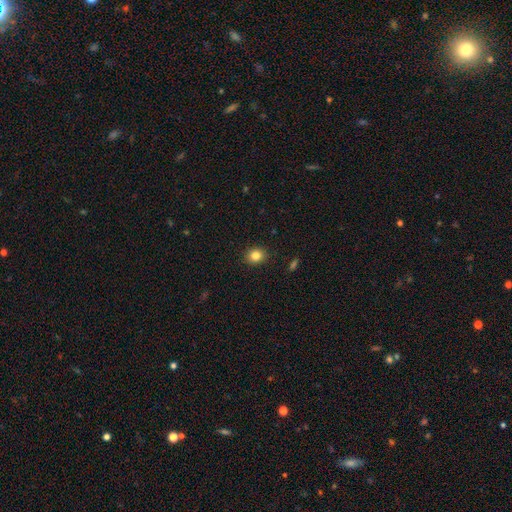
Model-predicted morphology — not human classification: smooth_or_featured: smooth (p=0.84) [alt: star or artifact p=0.11]
how_rounded: round (p=0.65) [alt: in between p=0.34]
merging: none (p=0.90) [alt: minor disturbance p=0.07]